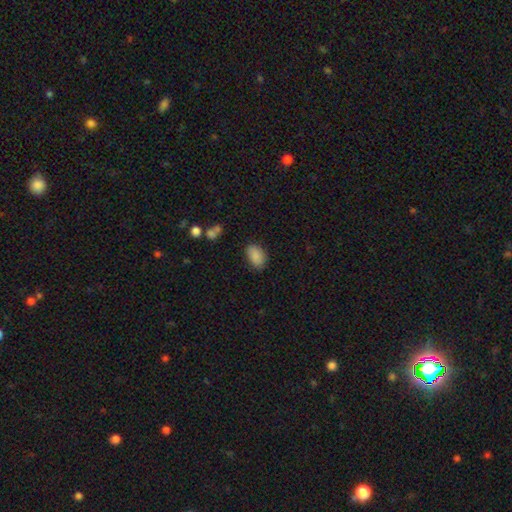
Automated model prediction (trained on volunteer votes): This appears to be a smooth galaxy with no disk features (87%) that is in between round and cigar-shaped (90%). Merging: none (81%).